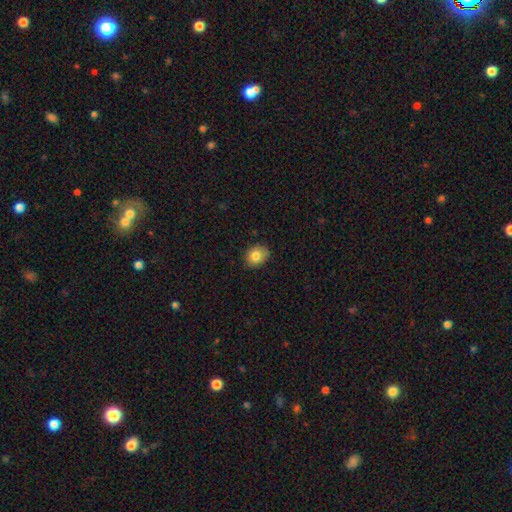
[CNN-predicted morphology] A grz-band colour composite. It shows a smooth galaxy with no disk features (81%) that is round (62%). Merging: none (82%).